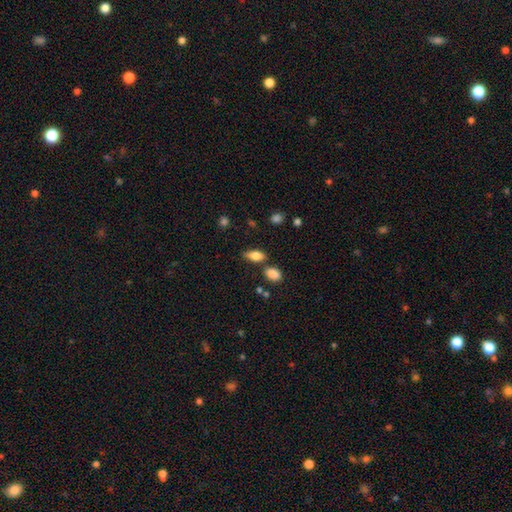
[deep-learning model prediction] This appears to be a smooth galaxy with no disk features (76%) that is in between round and cigar-shaped (82%). Merging: none (66%).